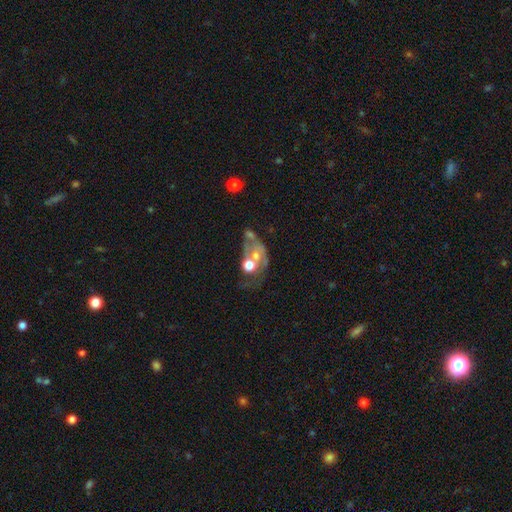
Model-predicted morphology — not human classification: Smooth or featured: featured or disk — 57% (smooth — 30%)
Edge-on disk: no — 96% (yes — 4%)
Bar: no — 86% (weak — 11%)
Spiral arms: no — 67% (yes — 33%)
Bulge size: moderate — 53% (small — 22%)
Merging: merger — 40% (major disturbance — 26%)